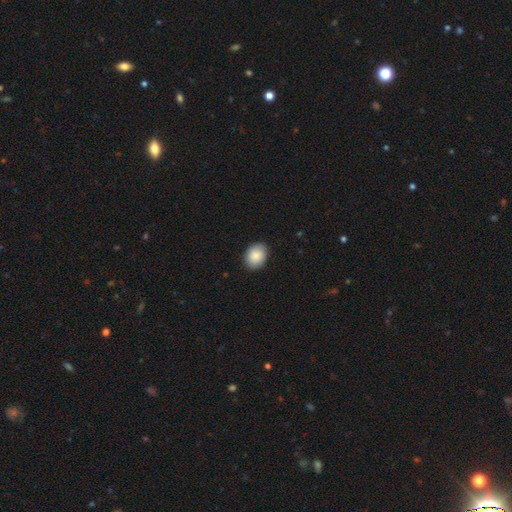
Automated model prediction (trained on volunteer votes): Q: Smooth or featured?
A: smooth (87%); runner-up: star or artifact (7%)
Q: How rounded?
A: in between (61%); runner-up: round (38%)
Q: Merging?
A: none (88%); runner-up: minor disturbance (9%)